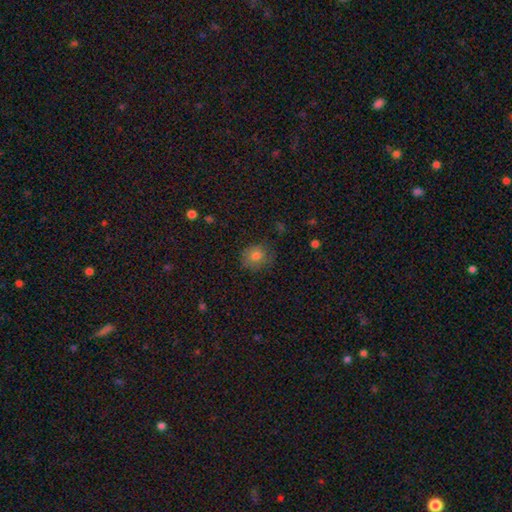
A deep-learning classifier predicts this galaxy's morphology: The model was most divided on "merging": none: 76%, minor disturbance: 18%, major disturbance: 5%, merger: 1%. More confident: smooth or featured — smooth (79%); how rounded — round (79%).